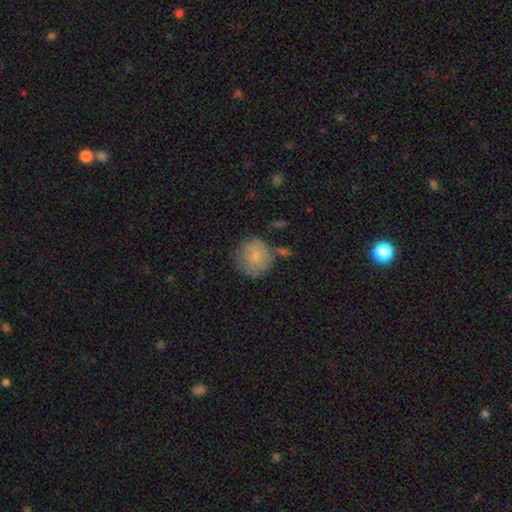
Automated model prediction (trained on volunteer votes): Q: Smooth or featured?
A: smooth (76%); runner-up: featured or disk (17%)
Q: How rounded?
A: round (88%); runner-up: in between (11%)
Q: Merging?
A: none (63%); runner-up: minor disturbance (21%)